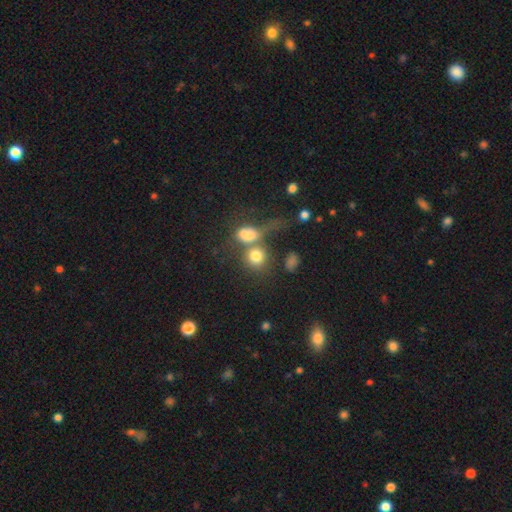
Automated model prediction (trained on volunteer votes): Q: Smooth or featured?
A: smooth (74%); runner-up: featured or disk (13%)
Q: How rounded?
A: round (73%); runner-up: in between (25%)
Q: Merging?
A: merger (49%); runner-up: none (28%)